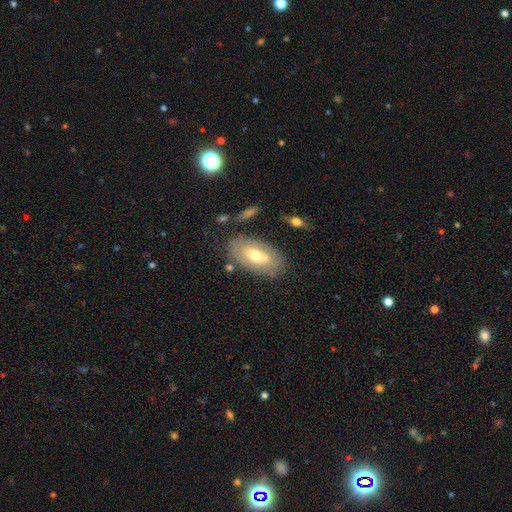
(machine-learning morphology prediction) This is possibly a smooth galaxy (52%). How rounded: clearly in between (92%). Merging: likely none (73%).